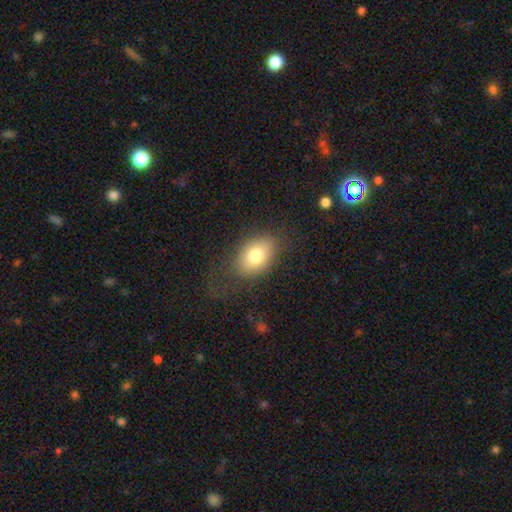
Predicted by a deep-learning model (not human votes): This appears to be a smooth galaxy with no disk features (77%) that is in between round and cigar-shaped (83%). Merging: none (72%).